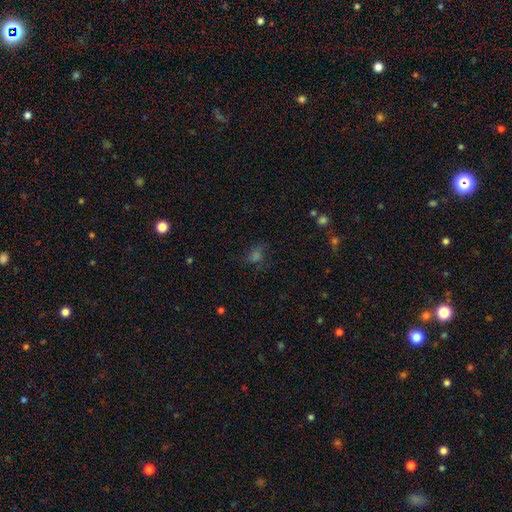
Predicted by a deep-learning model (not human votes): The model was most divided on "smooth or featured": smooth: 49%, star or artifact: 38%, featured or disk: 13%. More confident: merging — none (63%).